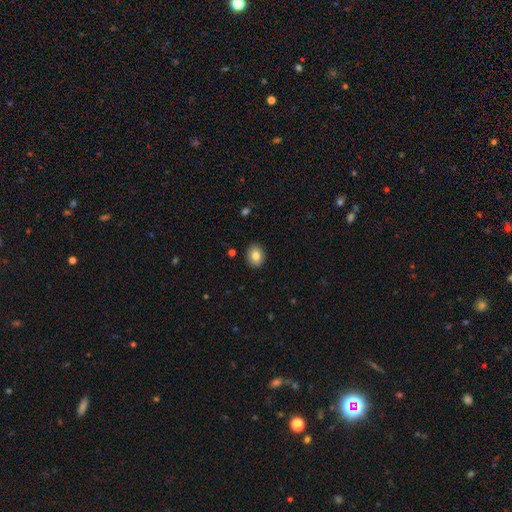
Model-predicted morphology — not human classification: Smooth or featured?
  - smooth: 83% *
  - featured or disk: 9%
  - star or artifact: 8%
How rounded?
  - round: 53% *
  - in between: 46%
  - cigar-shaped: 1%
Merging?
  - none: 90% *
  - minor disturbance: 7%
  - major disturbance: 2%
  - merger: 1%